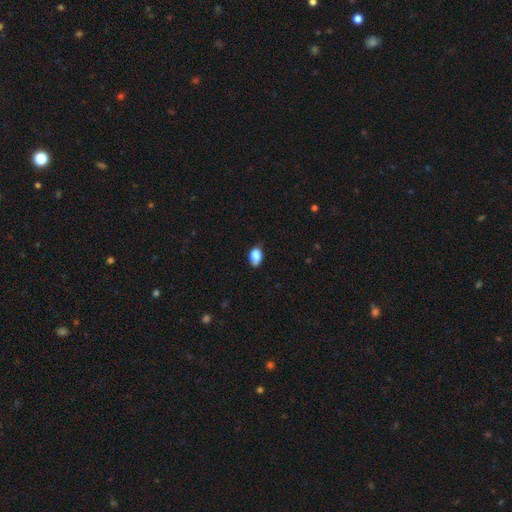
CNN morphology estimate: This appears to be a smooth galaxy with no disk features (83%) that is in between round and cigar-shaped (84%). Merging: none (58%).